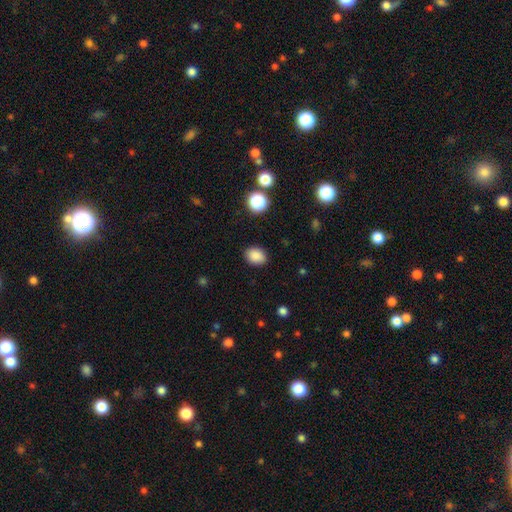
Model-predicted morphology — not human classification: smooth_or_featured: smooth (p=0.87) [alt: star or artifact p=0.10]
how_rounded: in between (p=0.59) [alt: round p=0.40]
merging: none (p=0.88) [alt: minor disturbance p=0.09]